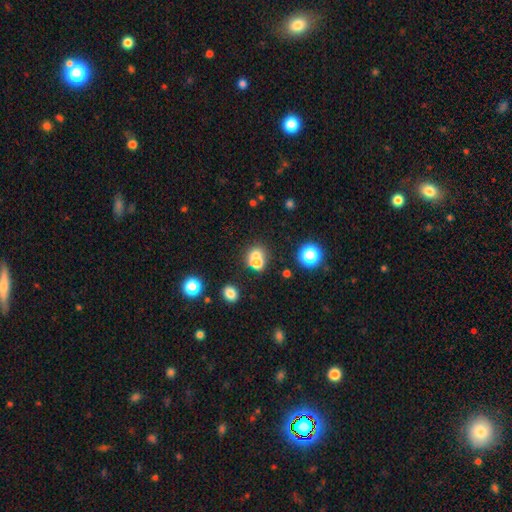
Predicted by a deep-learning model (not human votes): This appears to be a smooth galaxy with no disk features (66%) that is round (69%). Merging: merger (44%).